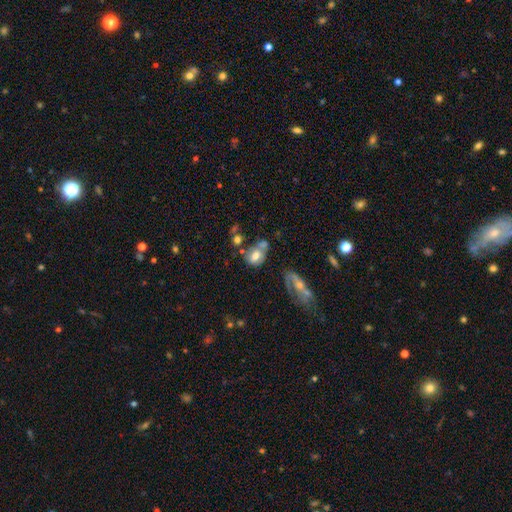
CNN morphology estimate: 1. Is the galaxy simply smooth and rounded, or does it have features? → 59% smooth, 31% featured or disk, 10% star or artifact.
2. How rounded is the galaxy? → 67% in between, 31% round, 2% cigar-shaped.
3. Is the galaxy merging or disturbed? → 35% merger, 30% none, 19% minor disturbance, 15% major disturbance.